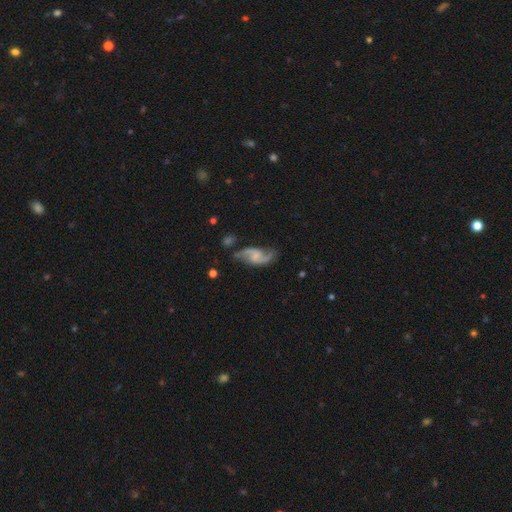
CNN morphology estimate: The model was most divided on "bulge size": none: 40%, small: 39%, moderate: 16%, large: 3%, dominant: 1%. Remaining: edge-on disk — no (97%); spiral arms — yes (96%); spiral arm count — 2 (92%); smooth or featured — featured or disk (85%); merging — none (68%); spiral winding — loose (64%); bar — weak (45%).